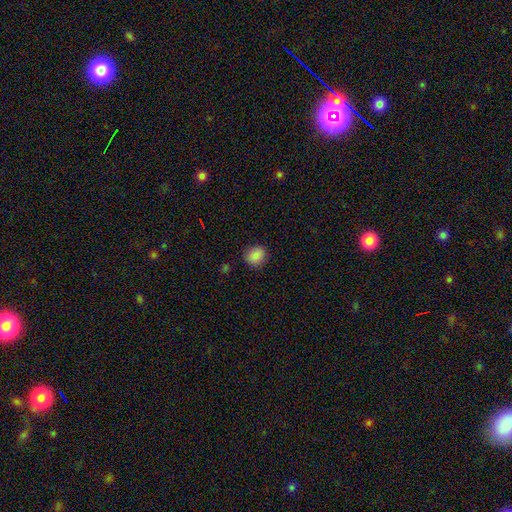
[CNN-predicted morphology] Smooth or featured? smooth (87%)
How rounded? round (70%)
Merging? none (87%)